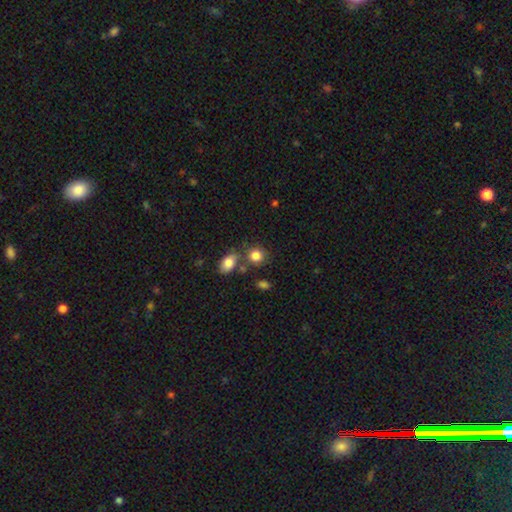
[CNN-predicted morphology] A smooth galaxy with no disk features (84%) that is round (75%). Merging: none (65%).